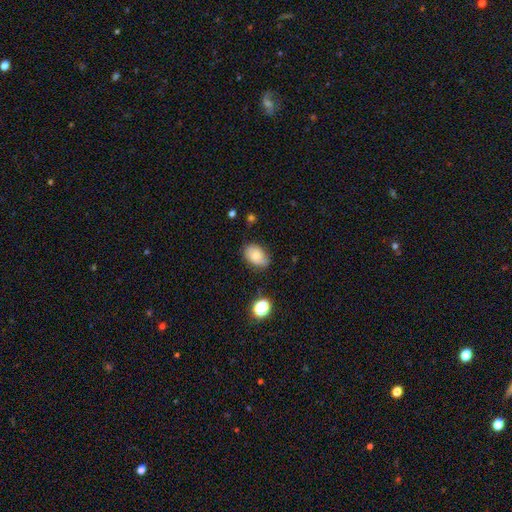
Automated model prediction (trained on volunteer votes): Smooth or featured? smooth (71%)
How rounded? in between (84%)
Merging? none (67%)